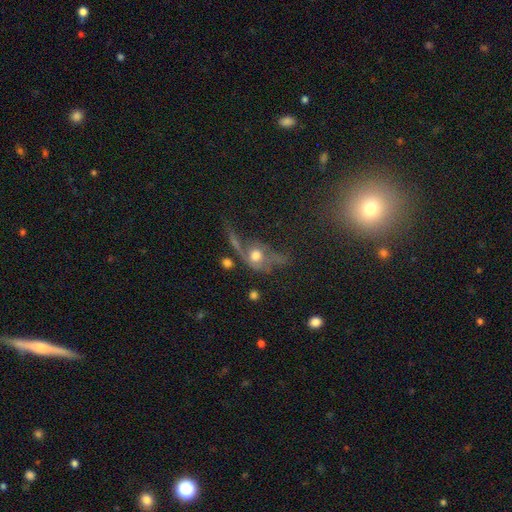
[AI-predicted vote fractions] The model was most divided on "smooth or featured": featured or disk: 41%, smooth: 40%, star or artifact: 19%. Remaining: merging — major disturbance (35%).